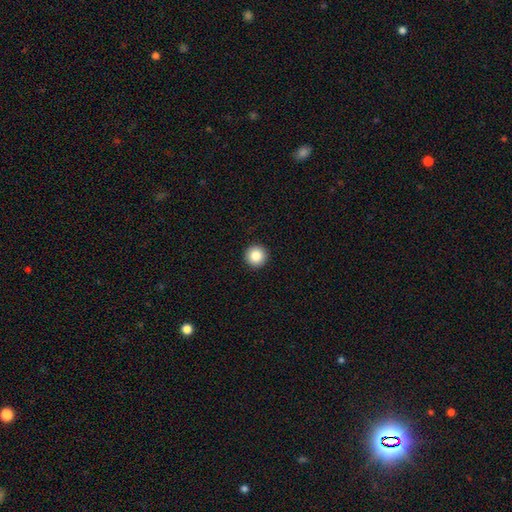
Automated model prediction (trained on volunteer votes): Smooth or featured?
  - smooth: 86% *
  - star or artifact: 9%
  - featured or disk: 5%
How rounded?
  - round: 96% *
  - in between: 3%
  - cigar-shaped: 1%
Merging?
  - none: 94% *
  - minor disturbance: 4%
  - major disturbance: 1%
  - merger: 1%